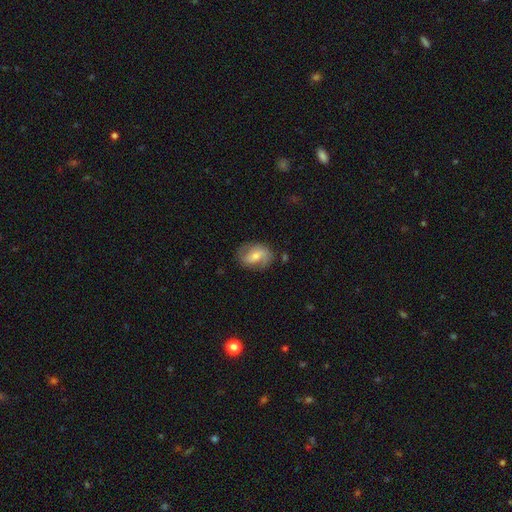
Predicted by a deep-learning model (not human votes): This is possibly a featured or disk galaxy (58%). It is clearly not viewed edge-on (96%). Bar: possibly weak (45%). Spiral arm pattern: clearly yes (86%). Central bulge: possibly moderate (49%). Merging: likely none (71%).